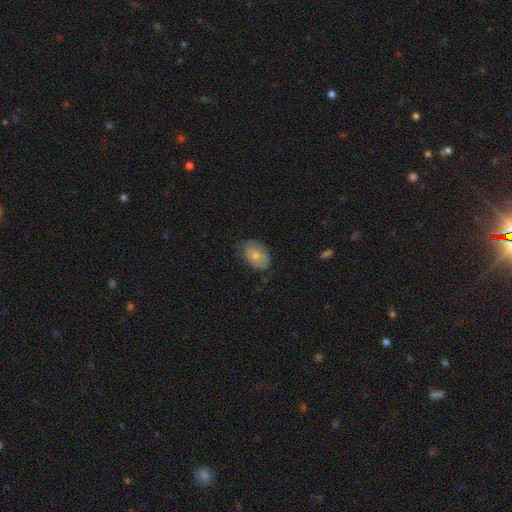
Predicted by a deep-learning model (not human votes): Q: Smooth or featured?
A: smooth (74%); runner-up: featured or disk (19%)
Q: How rounded?
A: in between (82%); runner-up: round (16%)
Q: Merging?
A: none (62%); runner-up: minor disturbance (29%)